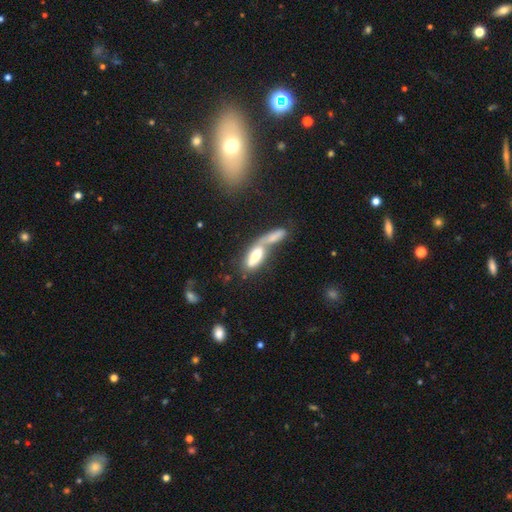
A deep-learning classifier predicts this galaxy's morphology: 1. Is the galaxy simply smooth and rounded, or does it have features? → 68% smooth, 24% featured or disk, 8% star or artifact.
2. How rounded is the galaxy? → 69% in between, 28% cigar-shaped, 3% round.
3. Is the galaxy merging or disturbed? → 67% merger, 18% none, 8% major disturbance, 8% minor disturbance.